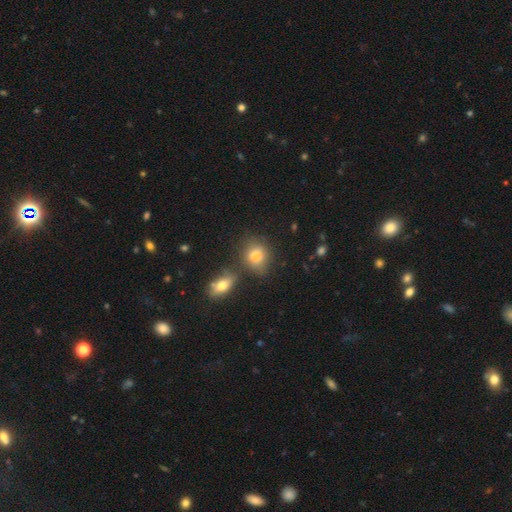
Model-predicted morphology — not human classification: This is likely a smooth galaxy (78%). How rounded: likely round (61%). Merging: likely none (68%).